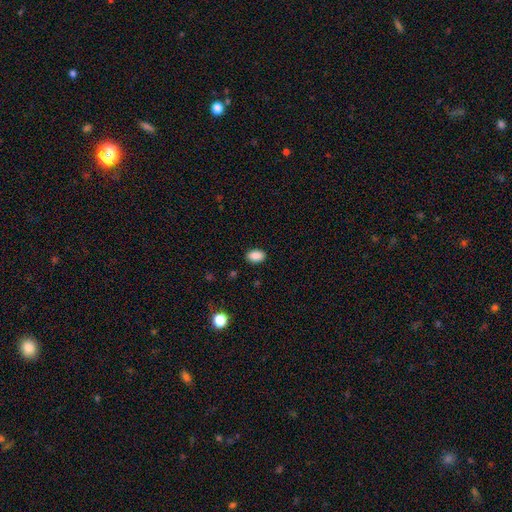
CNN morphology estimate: The model was most divided on "how rounded": in between: 87%, round: 11%, cigar-shaped: 1%. More confident: smooth or featured — smooth (89%); merging — none (88%).